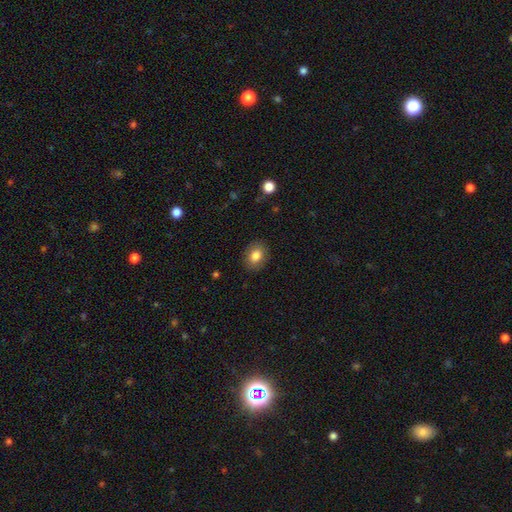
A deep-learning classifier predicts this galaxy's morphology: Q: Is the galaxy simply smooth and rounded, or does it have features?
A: smooth — 82%.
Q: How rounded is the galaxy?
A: in between — 62%.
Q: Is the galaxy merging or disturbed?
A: none — 87%.